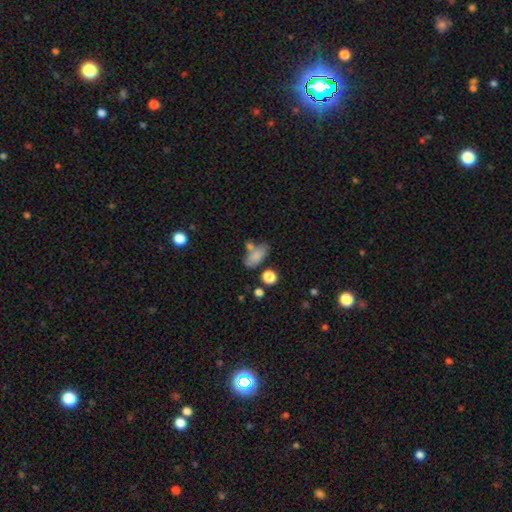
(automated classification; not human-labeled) Smooth or featured?
  - smooth: 79% *
  - featured or disk: 12%
  - star or artifact: 9%
How rounded?
  - in between: 84% *
  - cigar-shaped: 11%
  - round: 6%
Merging?
  - none: 50% *
  - merger: 21%
  - minor disturbance: 21%
  - major disturbance: 8%